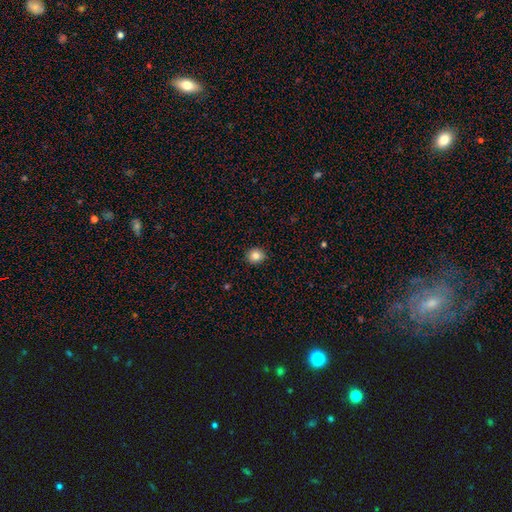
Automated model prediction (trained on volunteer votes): smooth 83%, star or artifact 10%, featured or disk 6%. Down the decision tree: how rounded — round (79%); merging — none (91%).